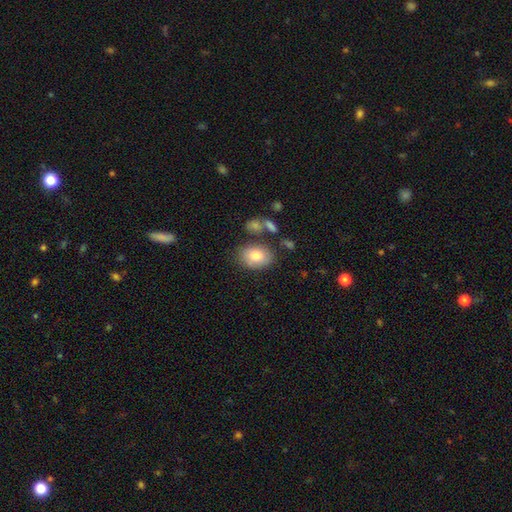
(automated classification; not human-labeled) Smooth or featured?
  - smooth: 79% *
  - featured or disk: 13%
  - star or artifact: 7%
How rounded?
  - in between: 76% *
  - round: 23%
  - cigar-shaped: 1%
Merging?
  - none: 71% *
  - minor disturbance: 16%
  - merger: 8%
  - major disturbance: 5%